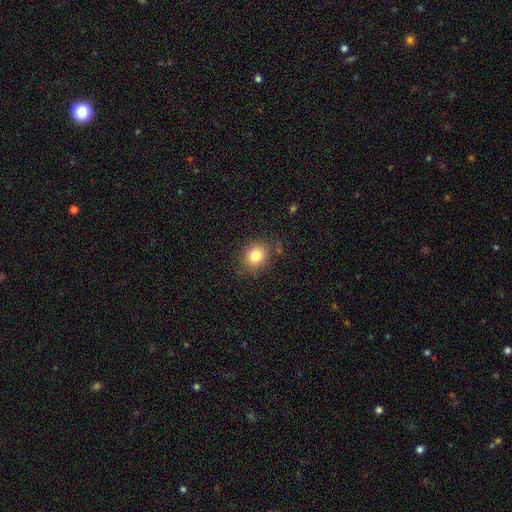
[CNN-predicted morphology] smooth_or_featured: smooth (p=0.82) [alt: star or artifact p=0.11]
how_rounded: round (p=0.73) [alt: in between p=0.26]
merging: none (p=0.80) [alt: minor disturbance p=0.14]